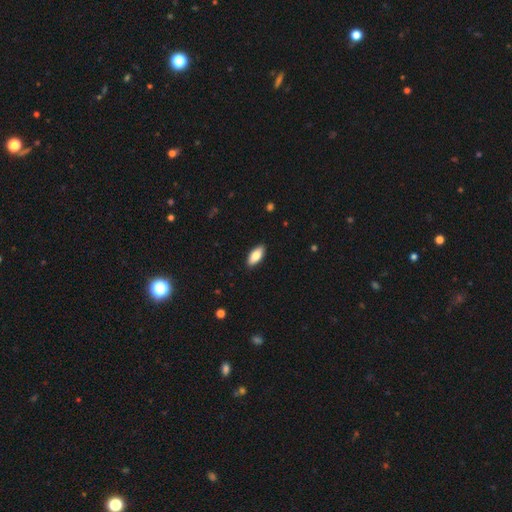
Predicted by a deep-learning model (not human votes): Smooth or featured: smooth — 84% (featured or disk — 11%)
How rounded: in between — 86% (cigar-shaped — 12%)
Merging: none — 90% (minor disturbance — 8%)